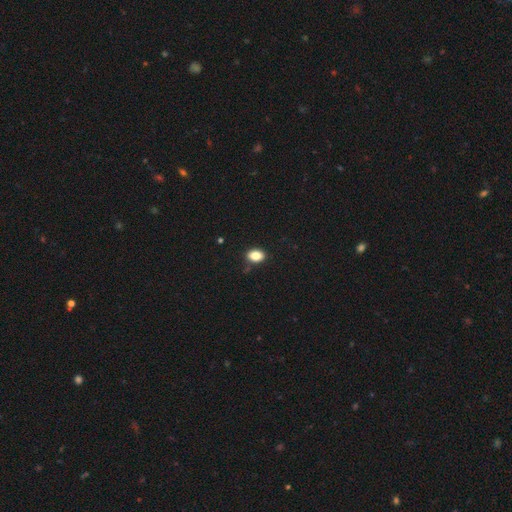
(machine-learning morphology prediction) type=smooth (85%); roundness=in between (77%); merging=none (84%).